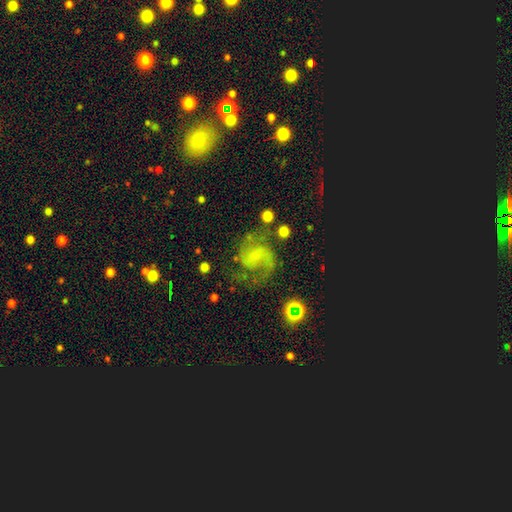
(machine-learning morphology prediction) Smooth or featured: featured or disk — 81% (smooth — 10%)
Edge-on disk: no — 98% (yes — 2%)
Bar: weak — 51% (no — 36%)
Spiral arms: yes — 96% (no — 4%)
Spiral winding: medium — 58% (loose — 28%)
Spiral arm count: 2 — 87% (1 — 4%)
Bulge size: none — 42% (small — 33%)
Merging: none — 64% (minor disturbance — 18%)